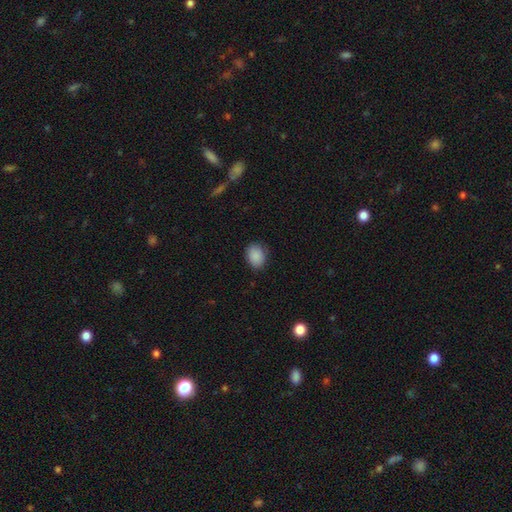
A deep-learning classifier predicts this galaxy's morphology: Smooth or featured? Predicted: smooth (p=0.89). How rounded? Predicted: in between (p=0.60). Merging? Predicted: none (p=0.84).